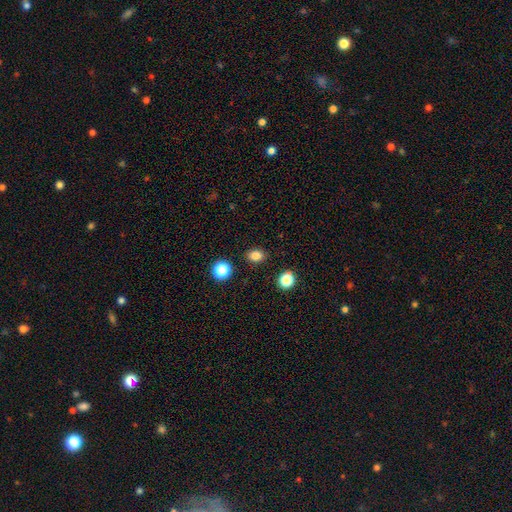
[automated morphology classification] This is clearly a smooth galaxy (82%). How rounded: possibly in between (56%). Merging: clearly none (88%).